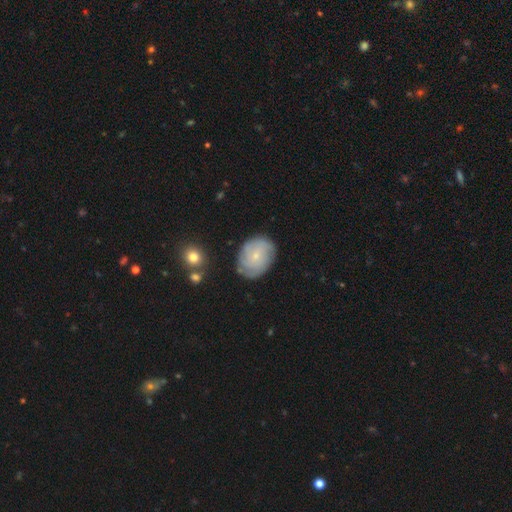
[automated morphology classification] Smooth or featured? featured or disk (61%)
Edge-on disk? no (97%)
Bar? no (71%)
Spiral arms? yes (87%)
Spiral winding? tight (62%)
Spiral arm count? can't tell (44%)
Bulge size? small (78%)
Merging? none (76%)